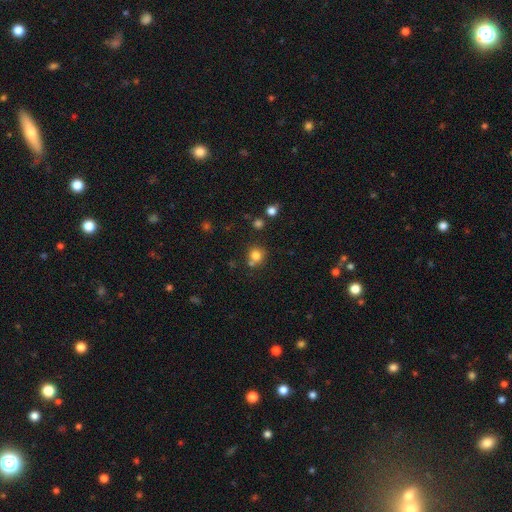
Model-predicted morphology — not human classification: Smooth or featured: smooth — 79% (star or artifact — 13%)
How rounded: round — 88% (in between — 11%)
Merging: none — 66% (merger — 20%)